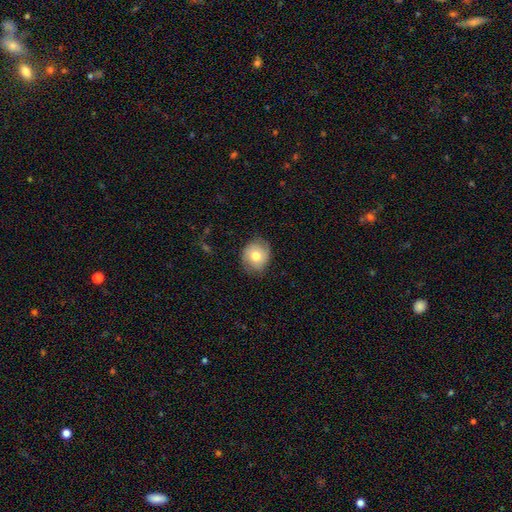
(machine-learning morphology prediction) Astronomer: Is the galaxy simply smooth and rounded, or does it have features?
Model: smooth — 67%.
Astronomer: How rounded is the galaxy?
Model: round — 71%.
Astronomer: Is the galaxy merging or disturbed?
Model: none — 74%.